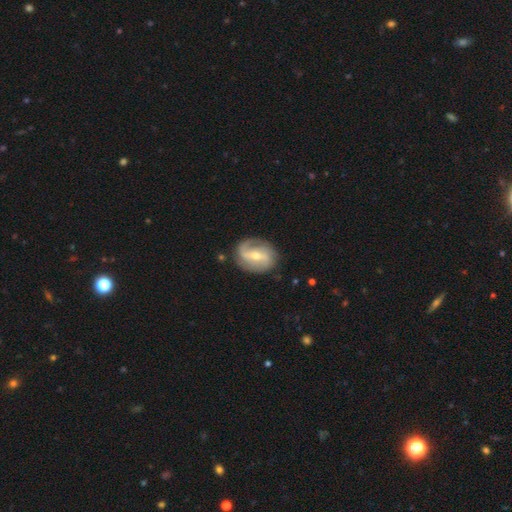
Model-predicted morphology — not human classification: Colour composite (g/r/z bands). It shows a featured or disk galaxy (82%) with a strong bar (43%), 2 (81%) medium (41%) spiral arms (92%) and a moderate central bulge (55%). Merging: none (80%).